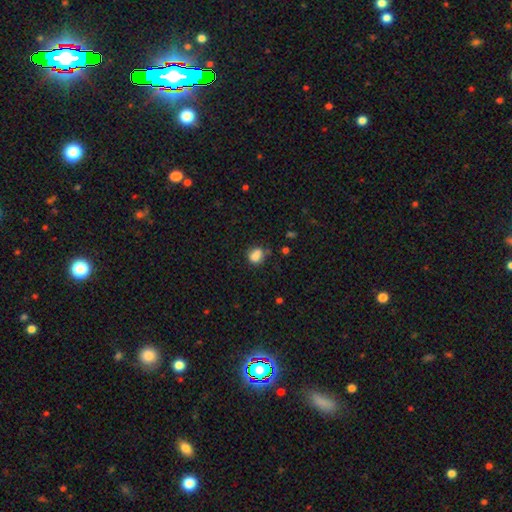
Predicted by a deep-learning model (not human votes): Morphology: type=smooth (78%); roundness=round (63%); merging=none (48%).